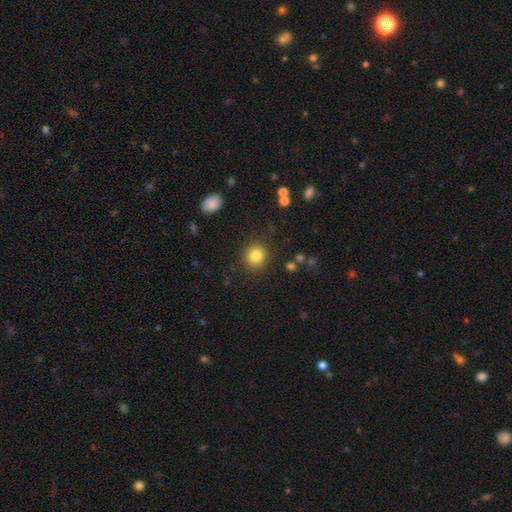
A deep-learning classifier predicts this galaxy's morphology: smooth-or-featured: smooth: 83% | star or artifact: 11% | featured or disk: 6%
  how-rounded: round: 88% | in between: 11% | cigar-shaped: 1%
  merging: none: 89% | minor disturbance: 7% | major disturbance: 3% | merger: 2%